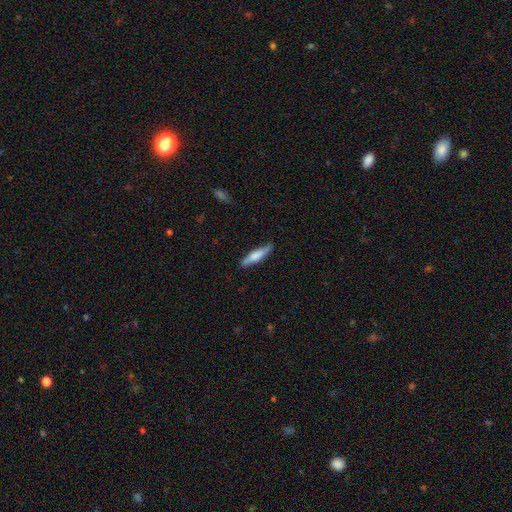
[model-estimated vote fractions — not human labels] Smooth or featured: smooth — 66% (featured or disk — 29%)
How rounded: cigar-shaped — 78% (in between — 20%)
Merging: none — 78% (minor disturbance — 17%)